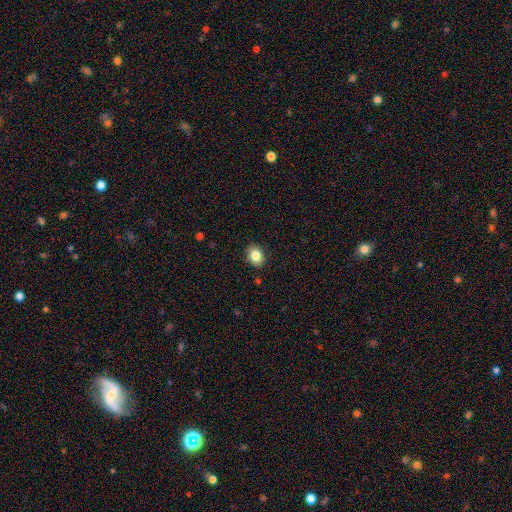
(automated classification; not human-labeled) smooth_or_featured: smooth (p=0.83) [alt: star or artifact p=0.09]
how_rounded: in between (p=0.61) [alt: round p=0.38]
merging: none (p=0.89) [alt: minor disturbance p=0.08]